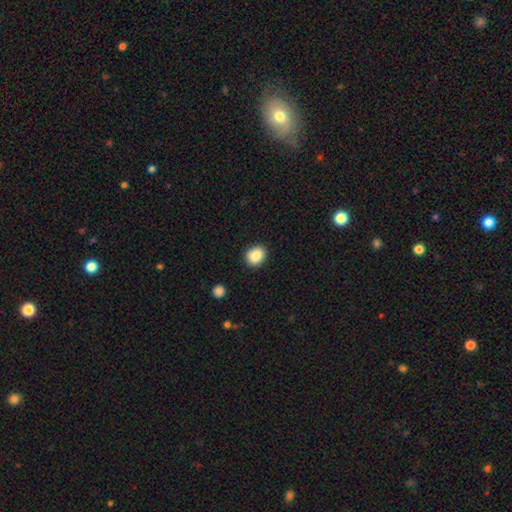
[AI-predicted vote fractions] Q: Smooth or featured?
A: smooth (87%); runner-up: star or artifact (9%)
Q: How rounded?
A: round (62%); runner-up: in between (37%)
Q: Merging?
A: none (89%); runner-up: minor disturbance (8%)